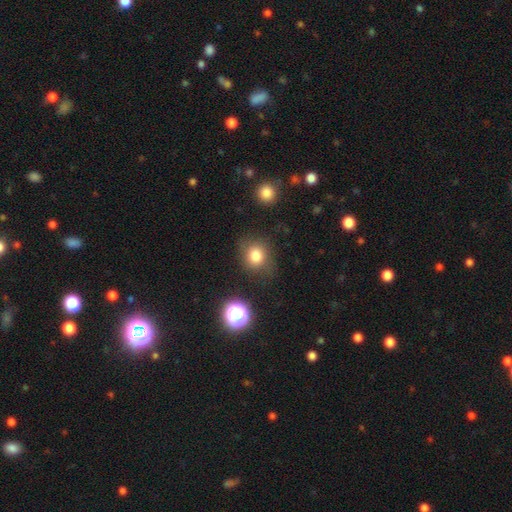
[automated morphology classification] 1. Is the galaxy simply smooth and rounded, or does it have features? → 80% smooth, 12% star or artifact, 8% featured or disk.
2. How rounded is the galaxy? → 77% round, 22% in between, 1% cigar-shaped.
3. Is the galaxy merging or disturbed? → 76% none, 15% minor disturbance, 6% major disturbance, 3% merger.